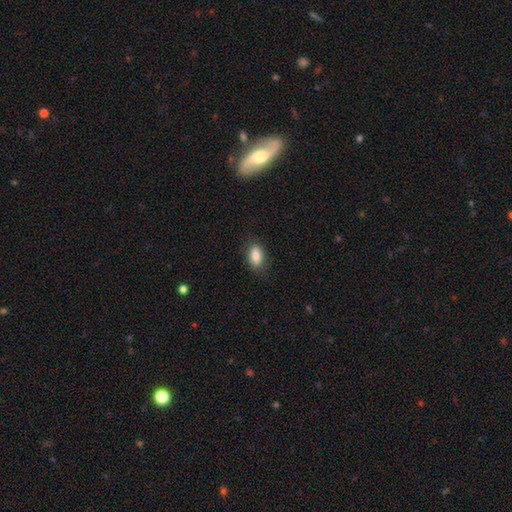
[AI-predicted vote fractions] This appears to be a smooth galaxy with no disk features (87%) that is in between round and cigar-shaped (89%). Merging: none (83%).